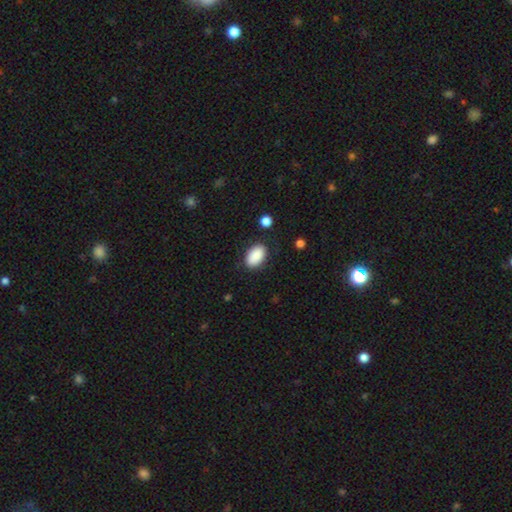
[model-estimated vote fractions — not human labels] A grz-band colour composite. It shows a smooth galaxy with no disk features (90%) that is in between round and cigar-shaped (92%). Merging: none (84%).